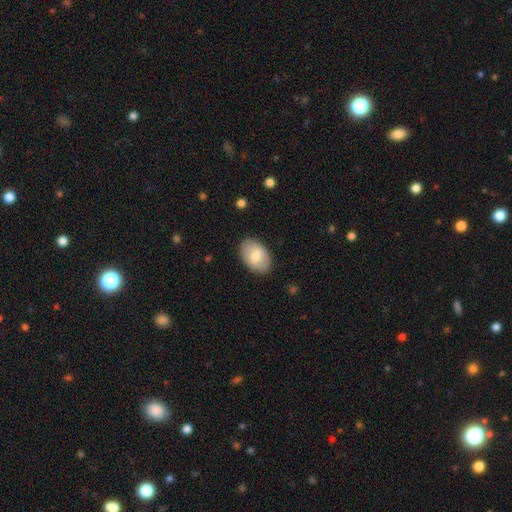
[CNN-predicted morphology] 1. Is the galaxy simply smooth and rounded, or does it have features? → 72% smooth, 22% featured or disk, 6% star or artifact.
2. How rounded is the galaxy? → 90% in between, 8% round, 1% cigar-shaped.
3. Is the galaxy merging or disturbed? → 87% none, 10% minor disturbance, 3% major disturbance, 1% merger.